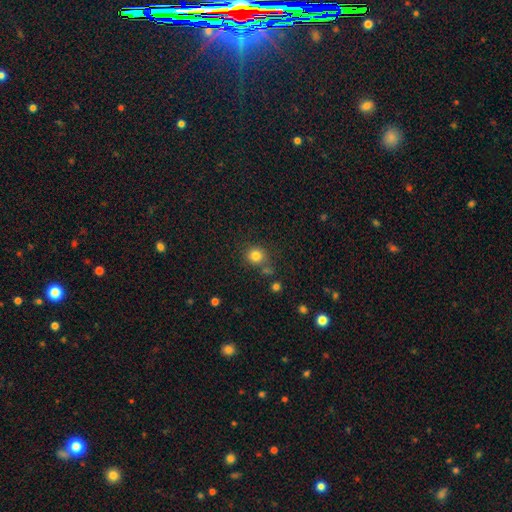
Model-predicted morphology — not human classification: The model was most divided on "merging": none: 75%, minor disturbance: 11%, merger: 10%, major disturbance: 4%. More confident: how rounded — round (87%); smooth or featured — smooth (81%).